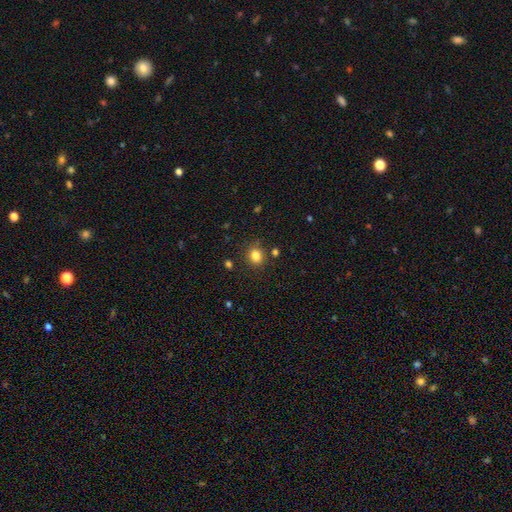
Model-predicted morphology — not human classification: smooth 82%, star or artifact 13%, featured or disk 5%. Down the decision tree: how rounded — round (76%); merging — none (83%).